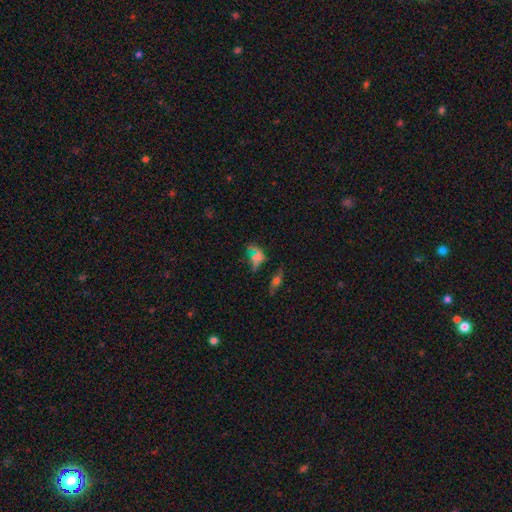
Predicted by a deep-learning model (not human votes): smooth-or-featured: smooth: 46% | star or artifact: 30% | featured or disk: 24%
  merging: none: 45% | minor disturbance: 20% | major disturbance: 18% | merger: 18%